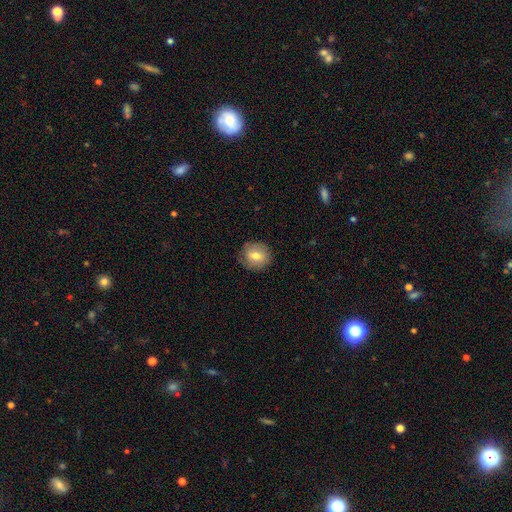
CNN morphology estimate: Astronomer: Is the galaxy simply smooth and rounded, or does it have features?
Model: smooth — 70%.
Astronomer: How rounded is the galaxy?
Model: round — 82%.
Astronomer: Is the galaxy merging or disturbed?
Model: none — 85%.